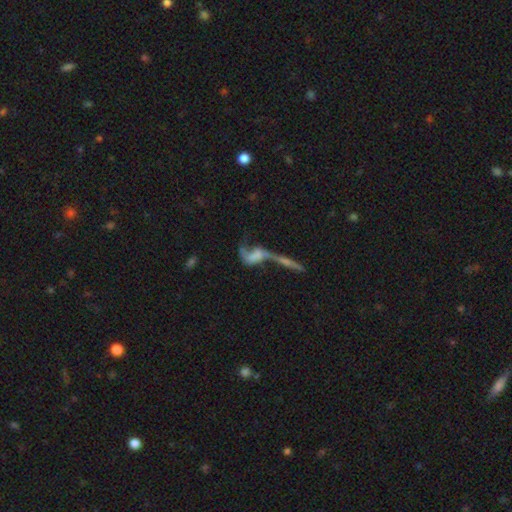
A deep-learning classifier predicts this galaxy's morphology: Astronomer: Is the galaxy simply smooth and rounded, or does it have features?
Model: featured or disk — 58%.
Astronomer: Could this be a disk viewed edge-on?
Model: no — 85%.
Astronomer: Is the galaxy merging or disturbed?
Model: merger — 60%.